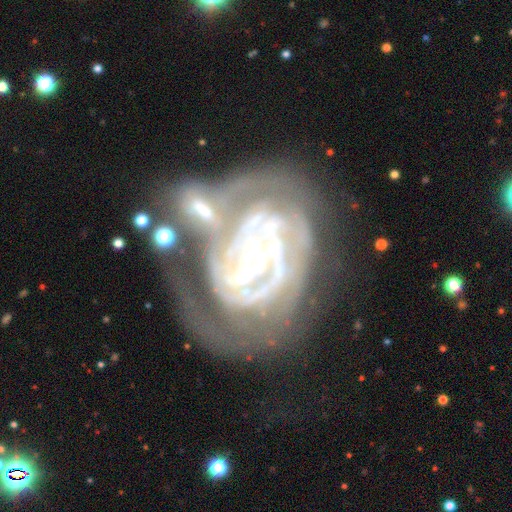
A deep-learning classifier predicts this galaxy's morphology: Smooth or featured: featured or disk — 88% (star or artifact — 6%)
Edge-on disk: no — 97% (yes — 3%)
Bar: no — 42% (weak — 33%)
Spiral arms: yes — 94% (no — 6%)
Spiral winding: tight — 73% (medium — 22%)
Spiral arm count: 2 — 30% (can't tell — 29%)
Bulge size: small — 69% (moderate — 20%)
Merging: merger — 36% (none — 28%)